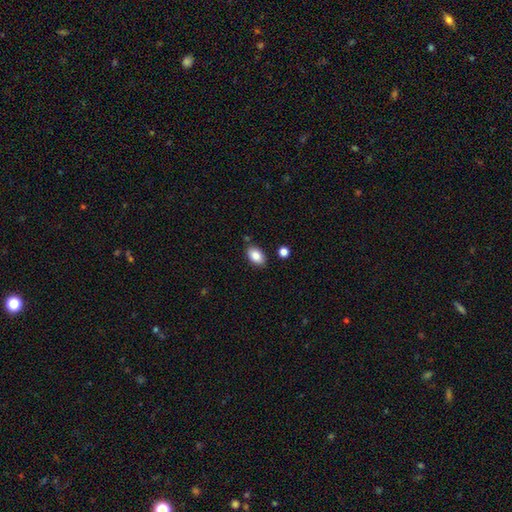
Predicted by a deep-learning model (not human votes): A smooth galaxy with no disk features (85%) that is in between round and cigar-shaped (91%). Merging: none (83%).